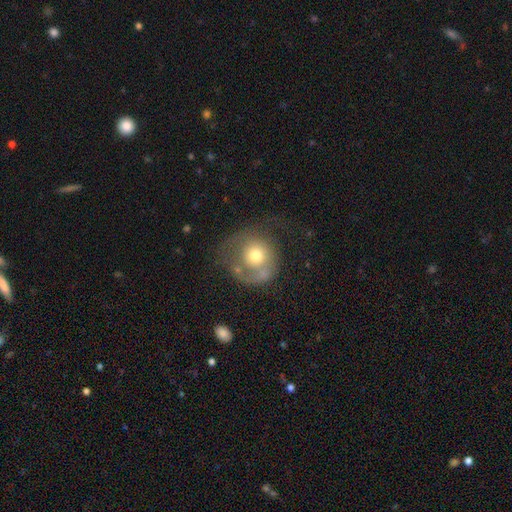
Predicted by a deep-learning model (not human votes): smooth_or_featured: featured or disk (p=0.47) [alt: smooth p=0.45]
merging: major disturbance (p=0.37) [tied with: none p=0.37]